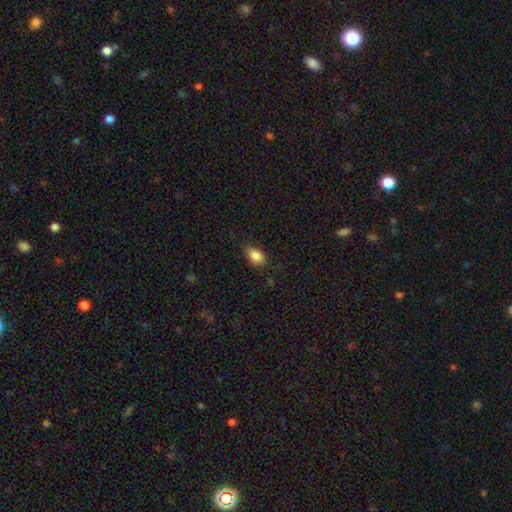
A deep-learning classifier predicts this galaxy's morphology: Smooth or featured?
  - smooth: 86% *
  - star or artifact: 8%
  - featured or disk: 5%
How rounded?
  - in between: 88% *
  - round: 10%
  - cigar-shaped: 2%
Merging?
  - none: 77% *
  - minor disturbance: 18%
  - major disturbance: 4%
  - merger: 1%